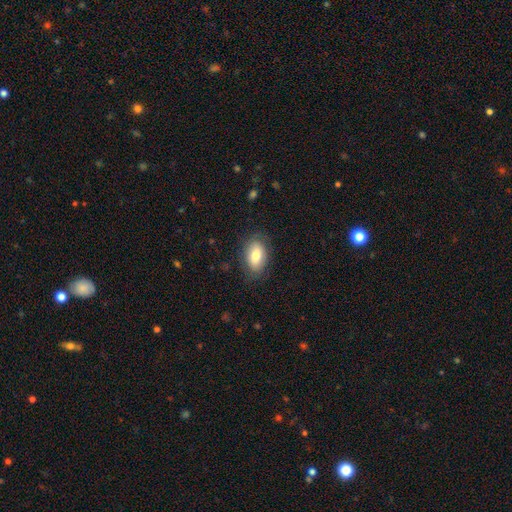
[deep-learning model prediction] Smooth or featured?
  - smooth: 78% *
  - featured or disk: 15%
  - star or artifact: 7%
How rounded?
  - in between: 90% *
  - round: 9%
  - cigar-shaped: 2%
Merging?
  - none: 81% *
  - minor disturbance: 14%
  - major disturbance: 4%
  - merger: 1%